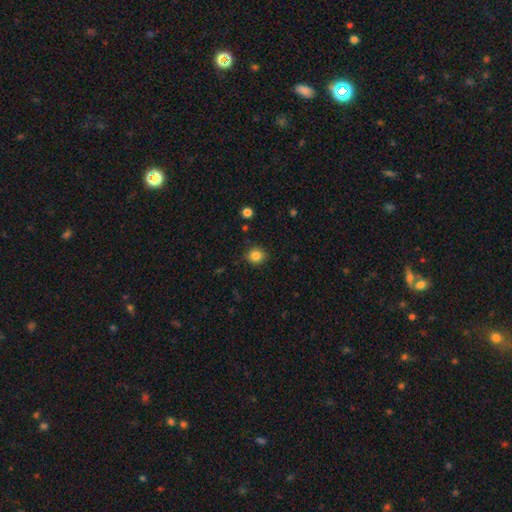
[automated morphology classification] Smooth or featured? smooth (84%)
How rounded? round (84%)
Merging? none (85%)